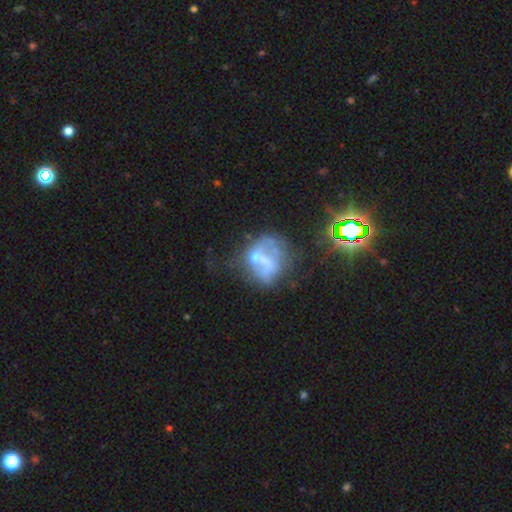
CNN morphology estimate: A featured or disk galaxy (53%) with no bar (73%), no spiral arms (82%) and no central bulge (50%). Merging: none (31%, tied with major disturbance).